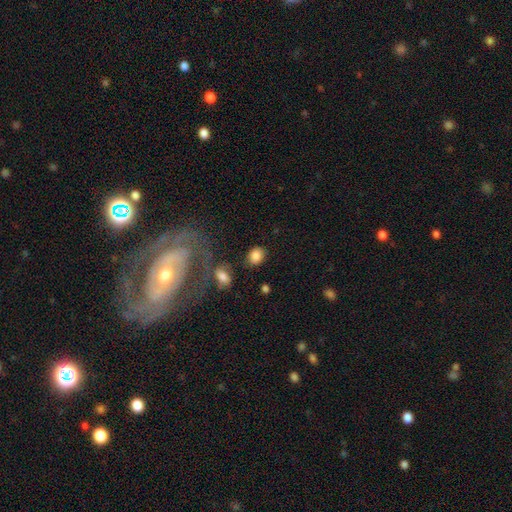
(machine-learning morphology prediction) Smooth or featured? smooth (84%)
How rounded? in between (54%)
Merging? none (80%)